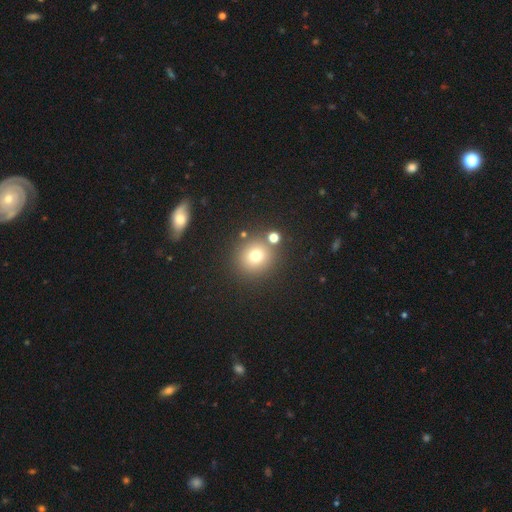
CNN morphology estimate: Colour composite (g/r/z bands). It shows a smooth galaxy with no disk features (74%) that is round (90%). Merging: none (80%).